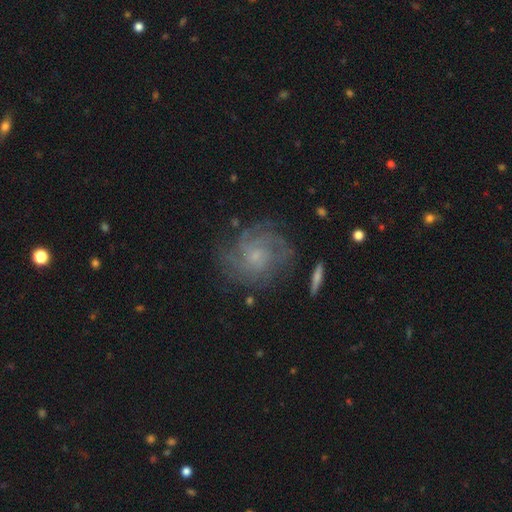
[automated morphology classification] featured or disk 80%, smooth 11%, star or artifact 9%. Down the decision tree: edge-on disk — no (97%); bar — no (71%); spiral arms — yes (95%); spiral arm count — can't tell (29%); spiral winding — tight (56%); bulge size — small (74%); merging — none (72%).